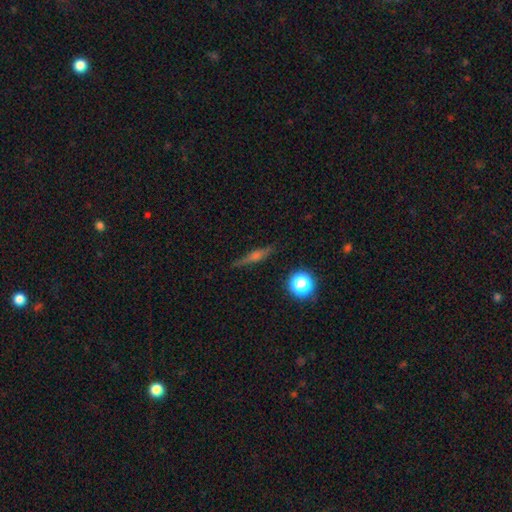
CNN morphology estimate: Smooth or featured: featured or disk — 60% (smooth — 28%)
Edge-on disk: yes — 96% (no — 4%)
Edge-on bulge: rounded — 77% (boxy — 12%)
Merging: none — 88% (minor disturbance — 9%)